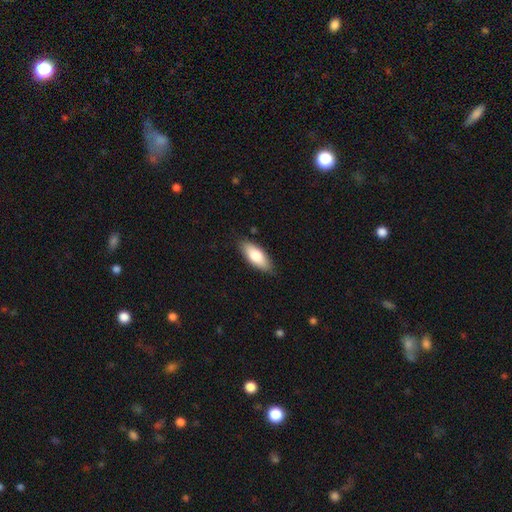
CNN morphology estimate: smooth-or-featured: smooth: 77% | featured or disk: 17% | star or artifact: 6%
  how-rounded: in between: 79% | cigar-shaped: 19% | round: 2%
  merging: none: 85% | minor disturbance: 12% | major disturbance: 2% | merger: 1%